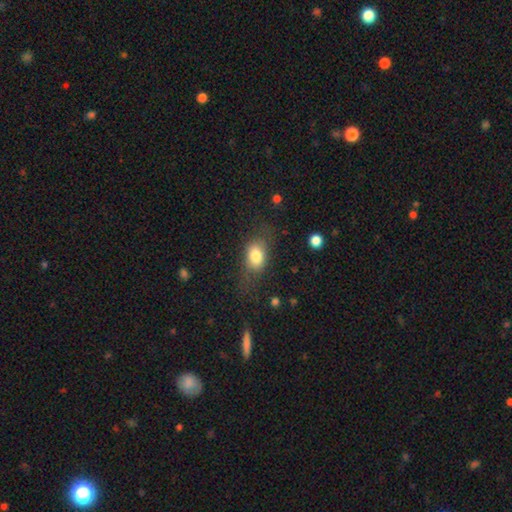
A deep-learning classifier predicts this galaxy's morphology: smooth-or-featured: smooth: 78% | featured or disk: 13% | star or artifact: 9%
  how-rounded: in between: 77% | round: 20% | cigar-shaped: 3%
  merging: none: 61% | minor disturbance: 21% | major disturbance: 15% | merger: 2%